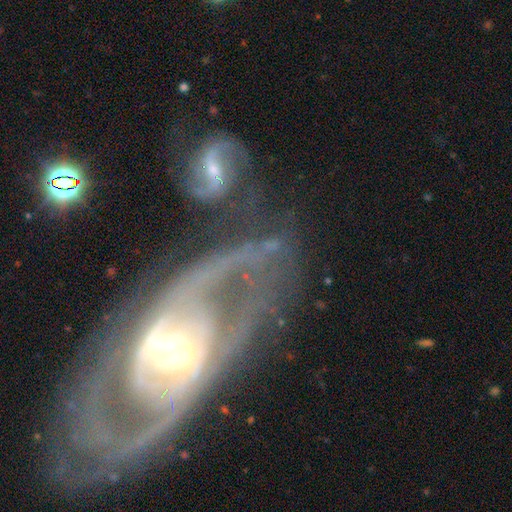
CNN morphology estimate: smooth-or-featured: featured or disk: 80% | smooth: 11% | star or artifact: 8%
  disk-edge-on: no: 91% | yes: 9%
    bar: weak: 38% | strong: 32% | no: 30%
    has-spiral-arms: yes: 79% | no: 21%
      spiral-winding: medium: 41% | loose: 31% | tight: 29%
      spiral-arm-count: 2: 64% | can't tell: 20% | 1: 6% | 3: 5% | 4: 3% | more than 4: 3%
    bulge-size: moderate: 48% | small: 40% | large: 7% | none: 3% | dominant: 2%
  merging: none: 43% | merger: 21% | major disturbance: 21% | minor disturbance: 16%